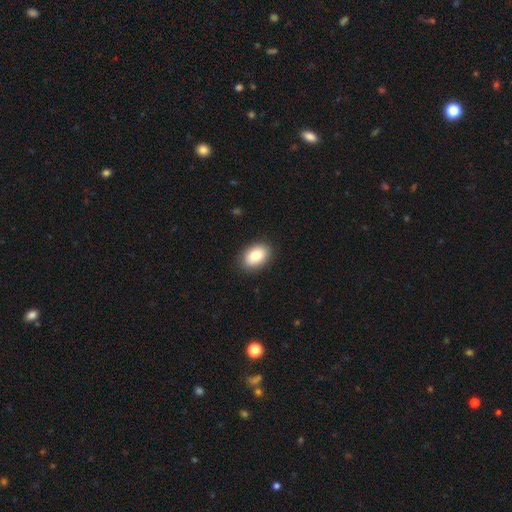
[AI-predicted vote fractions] Smooth or featured: smooth — 86% (star or artifact — 7%)
How rounded: in between — 88% (round — 11%)
Merging: none — 88% (minor disturbance — 9%)